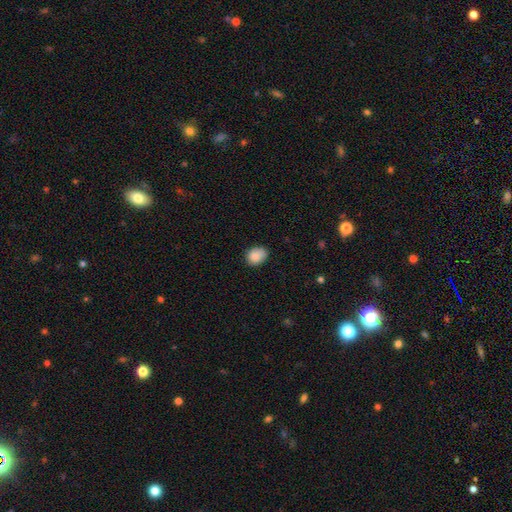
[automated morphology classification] Smooth or featured? smooth (87%)
How rounded? in between (57%)
Merging? none (78%)